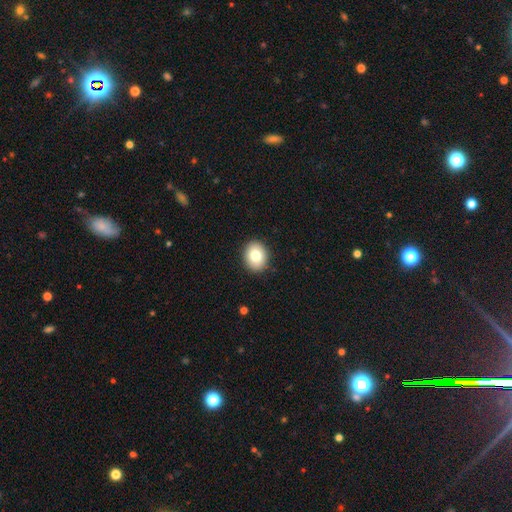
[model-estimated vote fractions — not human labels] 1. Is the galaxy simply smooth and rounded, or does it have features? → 80% smooth, 11% featured or disk, 9% star or artifact.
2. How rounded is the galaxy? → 56% round, 43% in between, 1% cigar-shaped.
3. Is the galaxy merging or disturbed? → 91% none, 7% minor disturbance, 2% major disturbance, 1% merger.